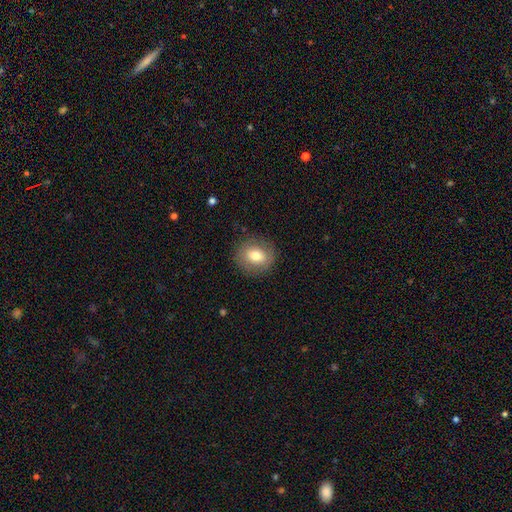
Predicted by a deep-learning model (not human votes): Smooth or featured?
  - smooth: 74% *
  - featured or disk: 18%
  - star or artifact: 9%
How rounded?
  - round: 69% *
  - in between: 30%
  - cigar-shaped: 1%
Merging?
  - none: 85% *
  - minor disturbance: 10%
  - major disturbance: 4%
  - merger: 1%